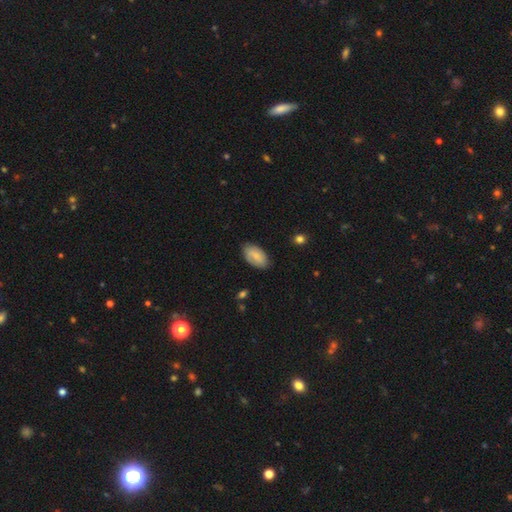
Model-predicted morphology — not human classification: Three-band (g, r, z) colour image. It shows a smooth galaxy with no disk features (75%) that is in between round and cigar-shaped (95%). Merging: none (79%).